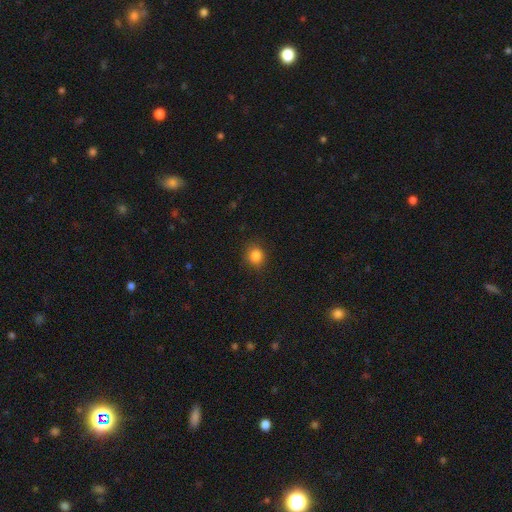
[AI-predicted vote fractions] smooth-or-featured: smooth: 84% | star or artifact: 12% | featured or disk: 4%
  how-rounded: round: 75% | in between: 24% | cigar-shaped: 1%
  merging: none: 85% | minor disturbance: 11% | major disturbance: 3% | merger: 1%